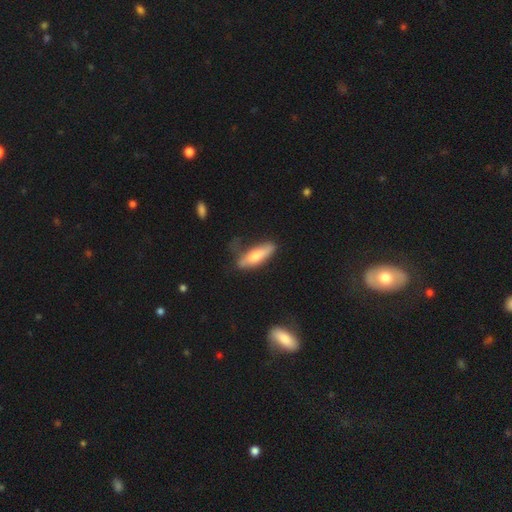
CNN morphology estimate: Smooth or featured? Predicted: smooth (p=0.63). How rounded? Predicted: cigar-shaped (p=0.60). Merging? Predicted: none (p=0.58).